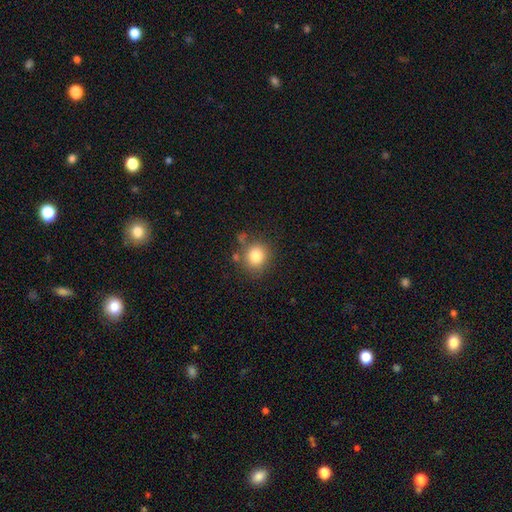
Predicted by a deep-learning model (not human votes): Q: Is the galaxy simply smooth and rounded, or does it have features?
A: smooth — 82%.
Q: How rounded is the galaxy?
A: round — 81%.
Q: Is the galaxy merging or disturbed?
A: none — 71%.